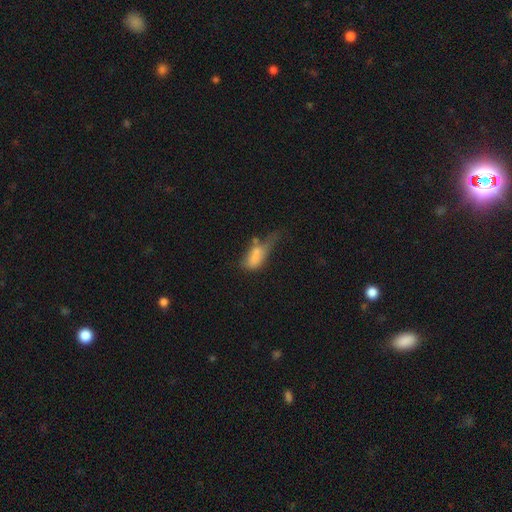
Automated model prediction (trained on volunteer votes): Overall: smooth (71%). How rounded: in between (83%). Merging: major disturbance (39%; minor disturbance 27%).